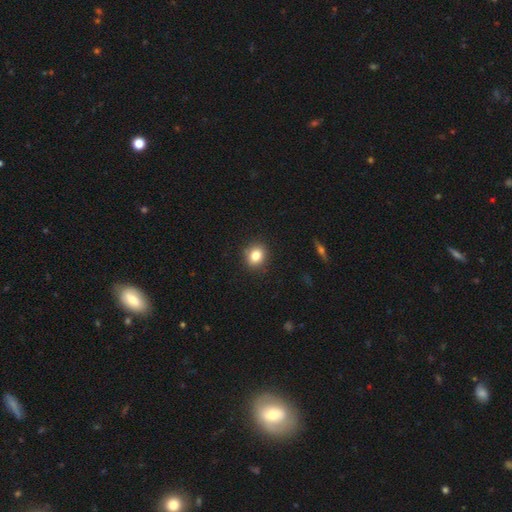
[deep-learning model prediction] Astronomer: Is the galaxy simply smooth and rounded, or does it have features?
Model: smooth — 82%.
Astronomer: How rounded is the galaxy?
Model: round — 68%.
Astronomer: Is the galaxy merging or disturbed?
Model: none — 89%.